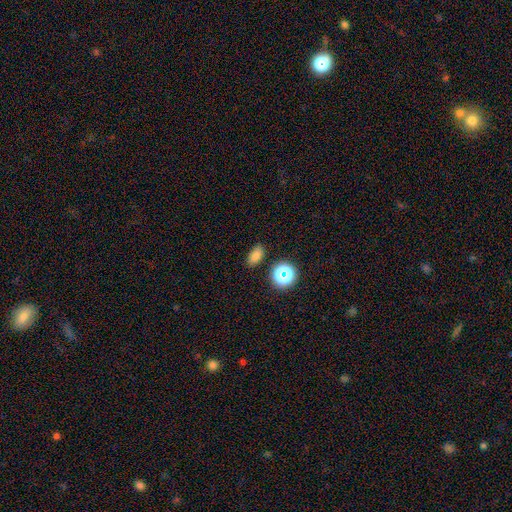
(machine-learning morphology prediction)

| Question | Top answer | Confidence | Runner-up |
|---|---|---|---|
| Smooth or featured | smooth | 75% | star or artifact (18%) |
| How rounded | in between | 82% | round (14%) |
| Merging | none | 84% | minor disturbance (10%) |